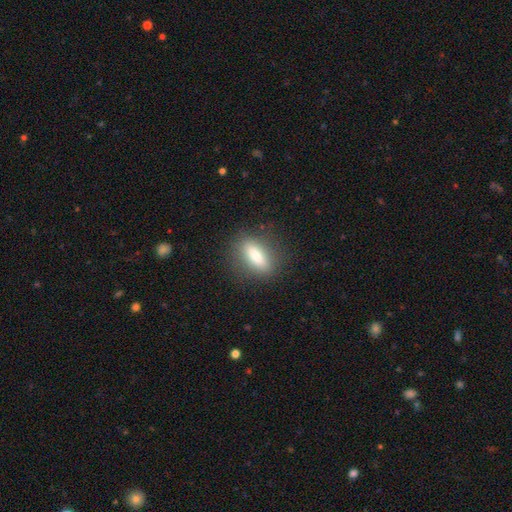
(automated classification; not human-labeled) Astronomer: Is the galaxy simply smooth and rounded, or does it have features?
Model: smooth — 72%.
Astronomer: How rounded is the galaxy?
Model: in between — 59% (runner-up: cigar-shaped, 36%).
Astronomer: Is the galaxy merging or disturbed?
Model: none — 84%.